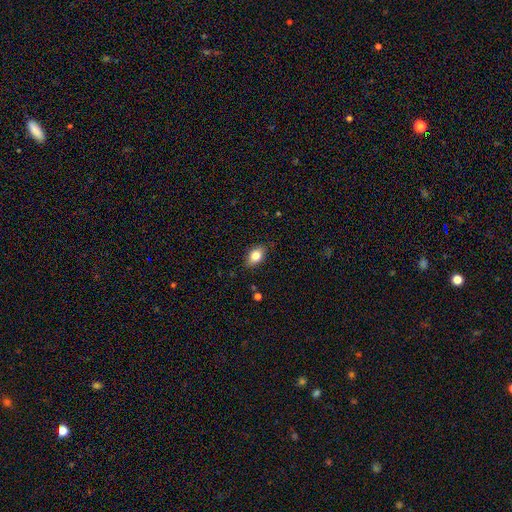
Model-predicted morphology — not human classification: A smooth galaxy with no disk features (81%) that is in between round and cigar-shaped (83%). Merging: none (83%).